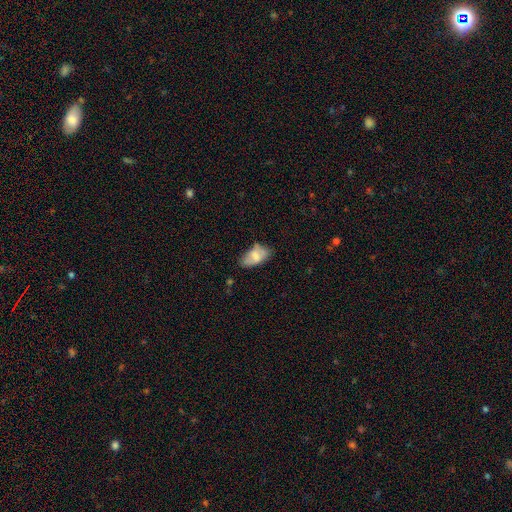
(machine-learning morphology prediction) Overall: smooth (70%). How rounded: in between (92%). Merging: none (56%; minor disturbance 31%).